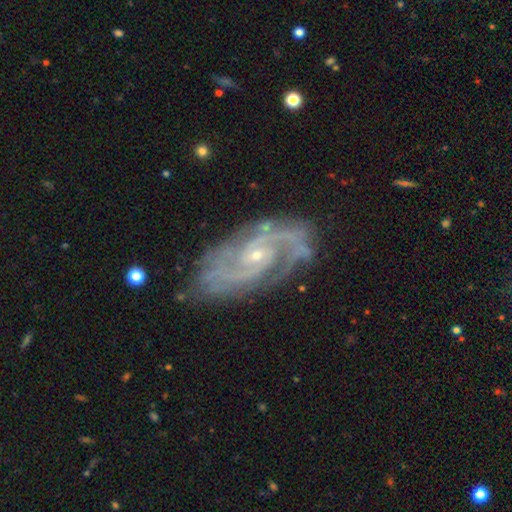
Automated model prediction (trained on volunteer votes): Smooth or featured?
  - featured or disk: 91% *
  - star or artifact: 5%
  - smooth: 4%
Edge-on disk?
  - no: 96% *
  - yes: 4%
Bar?
  - no: 63% *
  - weak: 29%
  - strong: 8%
Spiral arms?
  - yes: 98% *
  - no: 2%
Spiral winding?
  - tight: 47% *
  - medium: 44%
  - loose: 8%
Spiral arm count?
  - 2: 62% *
  - 3: 15%
  - can't tell: 10%
  - 4: 5%
  - 1: 4%
  - more than 4: 4%
Bulge size?
  - small: 79% *
  - moderate: 18%
  - none: 2%
  - large: 1%
  - dominant: 1%
Merging?
  - none: 74% *
  - minor disturbance: 18%
  - major disturbance: 6%
  - merger: 2%